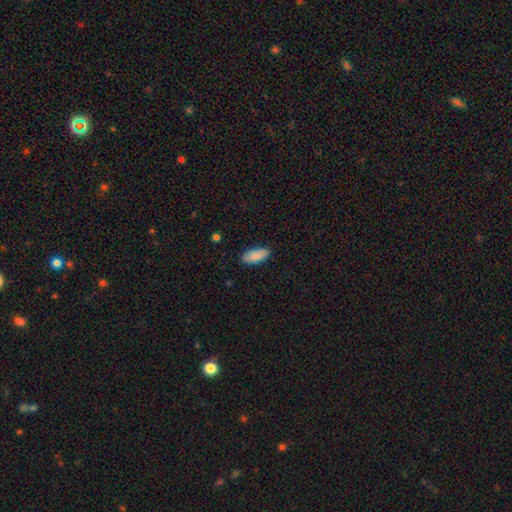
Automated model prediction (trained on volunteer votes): This is clearly a smooth galaxy (88%). How rounded: clearly in between (88%). Merging: clearly none (85%).